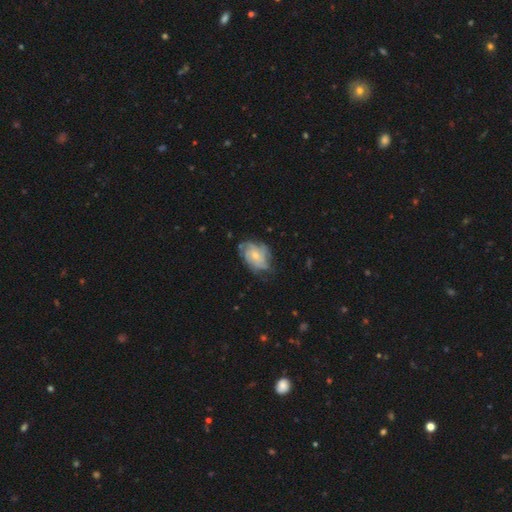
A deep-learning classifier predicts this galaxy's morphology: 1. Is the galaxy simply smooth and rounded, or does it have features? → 74% featured or disk, 19% smooth, 7% star or artifact.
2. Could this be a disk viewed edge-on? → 97% no, 3% yes.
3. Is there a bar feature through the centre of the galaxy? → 73% no, 24% weak, 3% strong.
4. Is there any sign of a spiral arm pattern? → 92% yes, 8% no.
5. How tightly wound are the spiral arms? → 52% tight, 35% medium, 12% loose.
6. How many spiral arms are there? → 36% can't tell, 21% 4, 20% 3, 11% 2, 7% more than 4, 6% 1.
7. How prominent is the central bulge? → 54% small, 40% moderate, 3% none, 2% large, 1% dominant.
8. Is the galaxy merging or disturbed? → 65% none, 24% minor disturbance, 10% major disturbance, 1% merger.